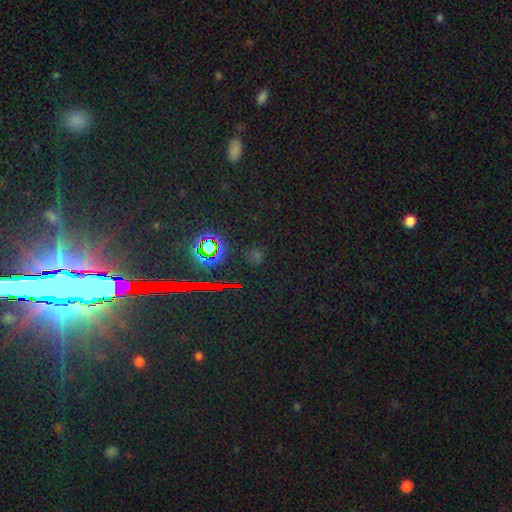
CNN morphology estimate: Smooth or featured?
  - star or artifact: 69% *
  - smooth: 24%
  - featured or disk: 7%